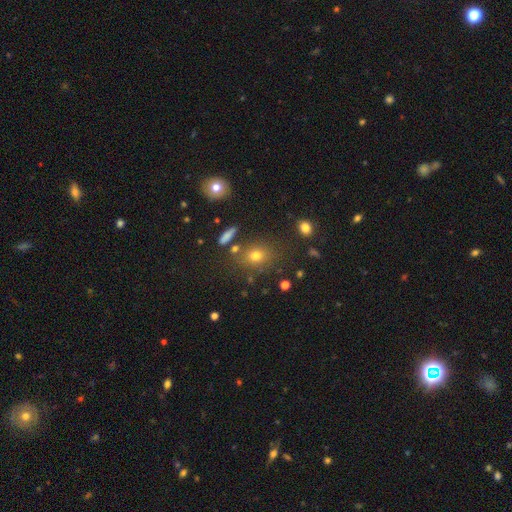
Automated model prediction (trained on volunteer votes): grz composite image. It shows a smooth galaxy with no disk features (71%) that is round (54%). Merging: none (75%).